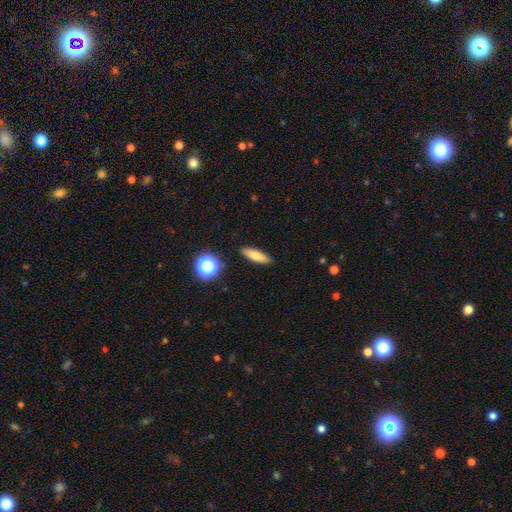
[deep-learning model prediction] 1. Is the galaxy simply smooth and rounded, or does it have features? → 75% smooth, 16% featured or disk, 9% star or artifact.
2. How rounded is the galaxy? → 53% cigar-shaped, 43% in between, 5% round.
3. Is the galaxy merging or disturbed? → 89% none, 8% minor disturbance, 2% major disturbance, 2% merger.